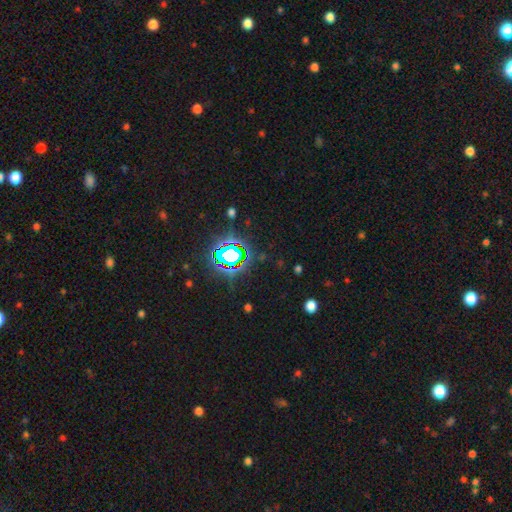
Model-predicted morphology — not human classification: The model was most divided on "smooth or featured": star or artifact: 79%, smooth: 14%, featured or disk: 8%.